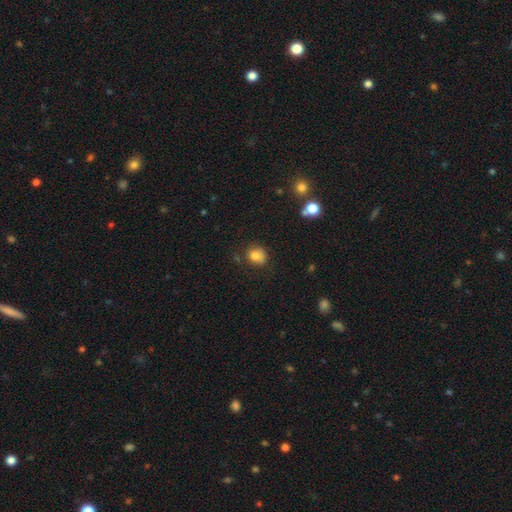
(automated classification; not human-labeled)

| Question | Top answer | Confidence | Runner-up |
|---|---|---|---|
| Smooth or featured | smooth | 78% | star or artifact (11%) |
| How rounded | round | 65% | in between (34%) |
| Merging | none | 65% | minor disturbance (24%) |